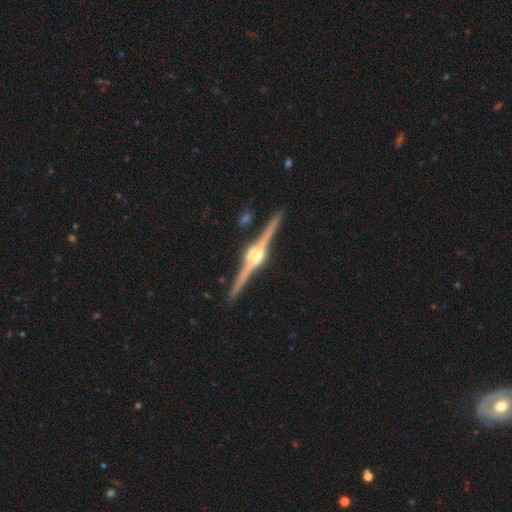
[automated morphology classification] smooth-or-featured: featured or disk: 92% | star or artifact: 4% | smooth: 4%
  disk-edge-on: yes: 99% | no: 1%
    edge-on-bulge: rounded: 91% | boxy: 7% | none: 2%
  merging: none: 91% | minor disturbance: 6% | merger: 2% | major disturbance: 1%